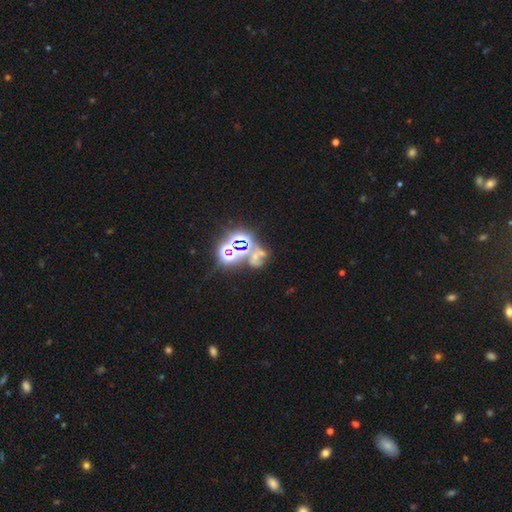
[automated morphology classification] Smooth or featured? star or artifact (58%)